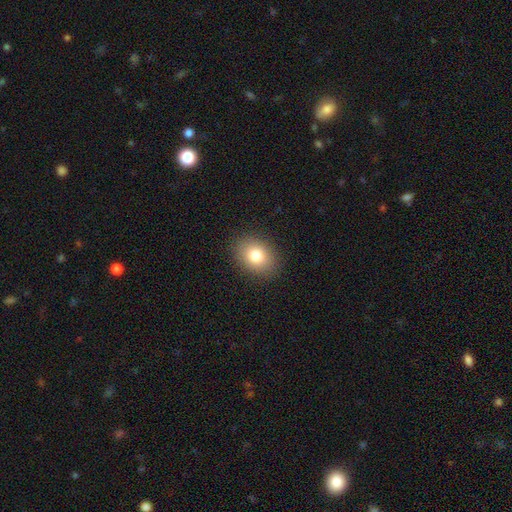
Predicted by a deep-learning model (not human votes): A smooth galaxy with no disk features (81%) that is in between round and cigar-shaped (59%). Merging: none (89%).